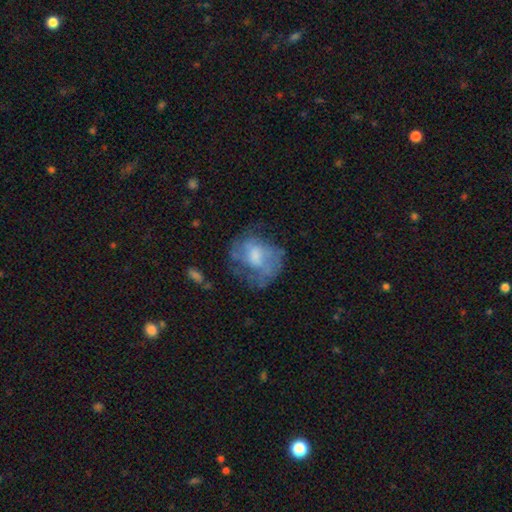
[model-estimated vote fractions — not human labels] Smooth or featured? featured or disk (53%)
Edge-on disk? no (97%)
Bar? no (60%)
Spiral arms? no (51%)
Bulge size? moderate (46%)
Merging? none (49%)